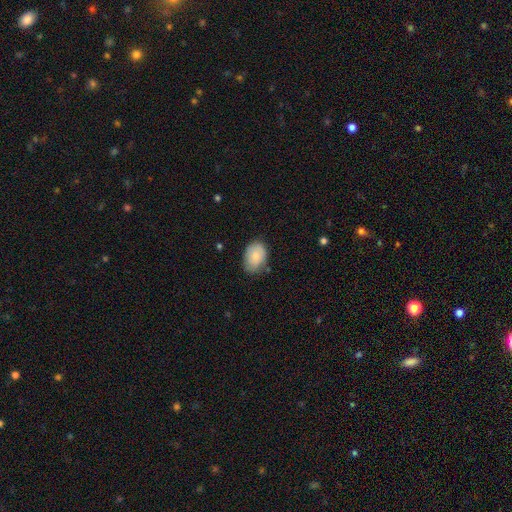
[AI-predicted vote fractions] The model was most divided on "merging": none: 72%, minor disturbance: 22%, major disturbance: 4%, merger: 2%. More confident: how rounded — in between (83%); smooth or featured — smooth (82%).